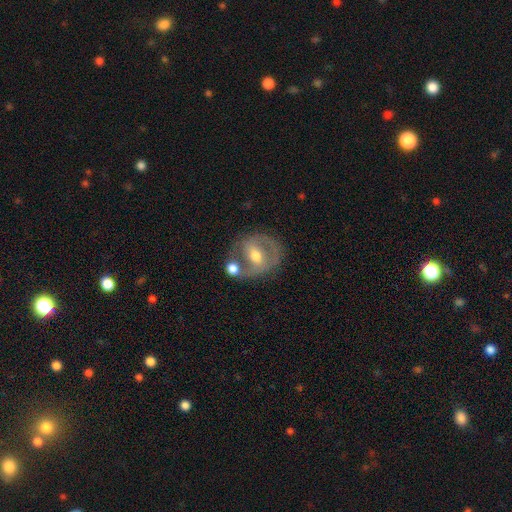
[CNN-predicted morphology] Smooth or featured: featured or disk — 63% (smooth — 30%)
Edge-on disk: no — 95% (yes — 5%)
Bar: weak — 43% (no — 30%)
Spiral arms: yes — 53% (no — 47%)
Bulge size: moderate — 73% (small — 17%)
Merging: none — 52% (merger — 22%)